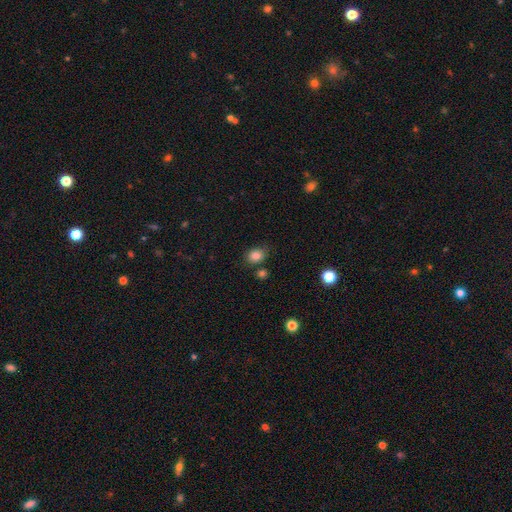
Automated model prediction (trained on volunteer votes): A smooth galaxy with no disk features (83%) that is in between round and cigar-shaped (52%). Merging: none (75%).